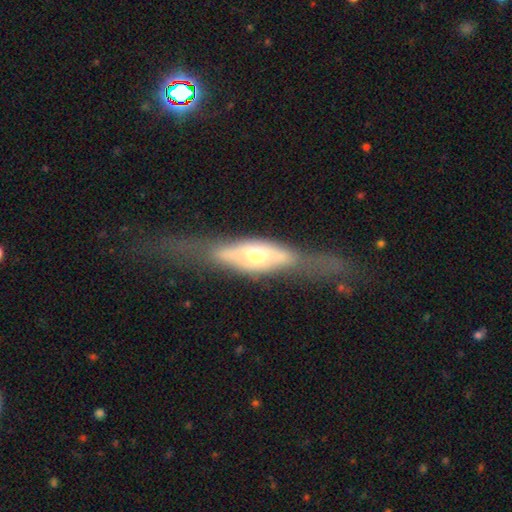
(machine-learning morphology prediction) The model was most divided on "merging": none: 62%, minor disturbance: 18%, major disturbance: 17%, merger: 2%. More confident: edge-on bulge — rounded (78%); edge-on disk — yes (74%); smooth or featured — featured or disk (71%).